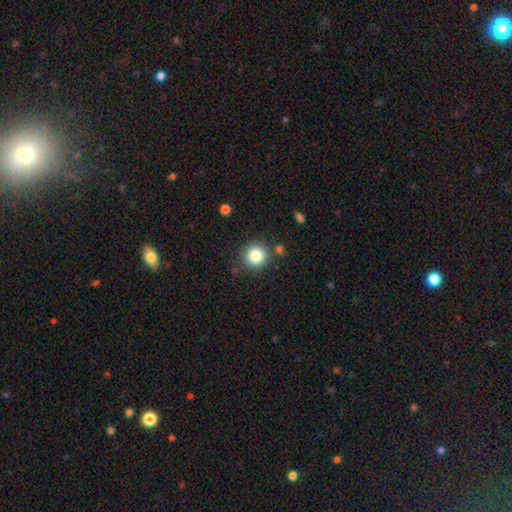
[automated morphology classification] smooth-or-featured: smooth: 82% | star or artifact: 11% | featured or disk: 7%
  how-rounded: round: 92% | in between: 7% | cigar-shaped: 1%
  merging: none: 84% | minor disturbance: 9% | merger: 4% | major disturbance: 3%